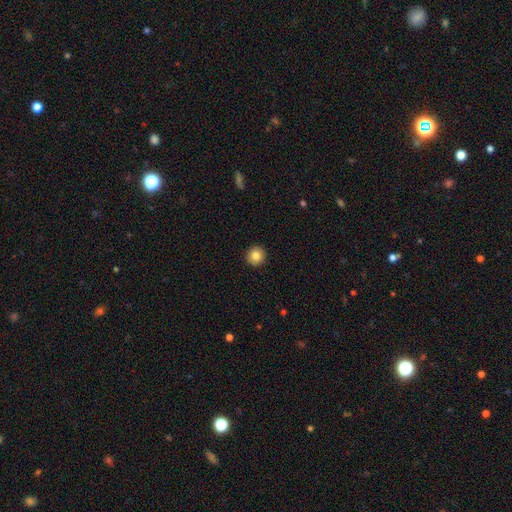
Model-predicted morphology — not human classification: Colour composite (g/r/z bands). It shows a smooth galaxy with no disk features (84%) that is round (93%). Merging: none (93%).